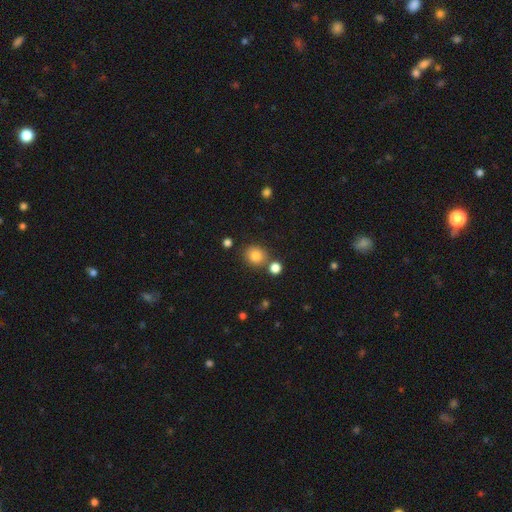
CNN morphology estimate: The model was most divided on "how rounded": round: 81%, in between: 18%, cigar-shaped: 1%. More confident: smooth or featured — smooth (81%); merging — none (76%).